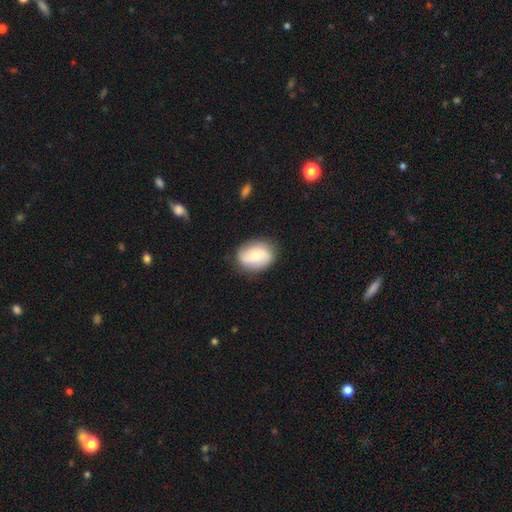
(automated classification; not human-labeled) Smooth or featured? smooth (55%)
How rounded? in between (67%)
Merging? none (81%)